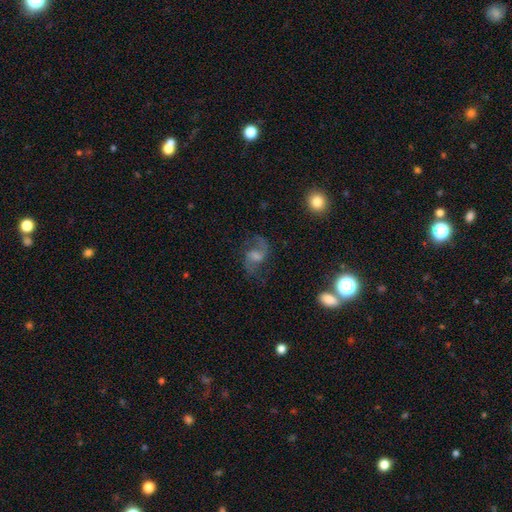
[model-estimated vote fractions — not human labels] A featured or disk galaxy (80%) with a weak bar (50%), 2 (91%) loose (52%) spiral arms (95%) and a moderate central bulge (40%). Merging: none (71%).